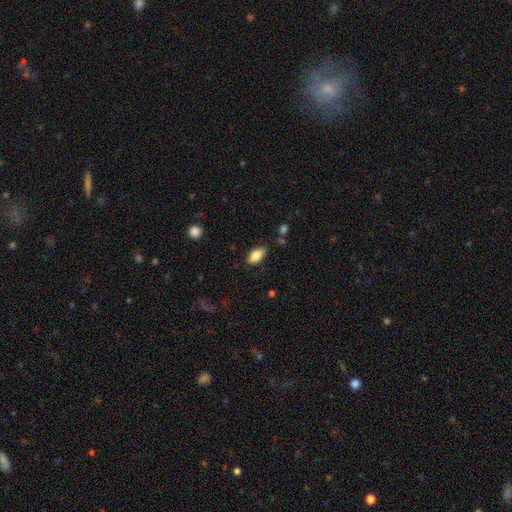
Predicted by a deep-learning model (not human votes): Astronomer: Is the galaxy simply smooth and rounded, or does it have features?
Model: smooth — 82%.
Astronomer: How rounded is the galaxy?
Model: in between — 91%.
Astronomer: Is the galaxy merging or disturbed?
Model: none — 82%.